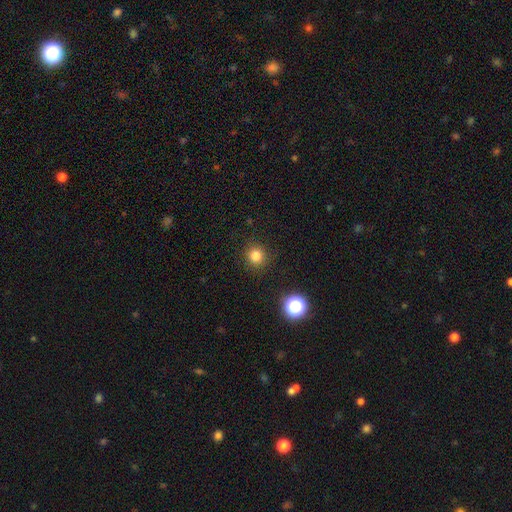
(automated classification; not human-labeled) This appears to be a smooth galaxy with no disk features (80%) that is round (94%). Merging: none (90%).